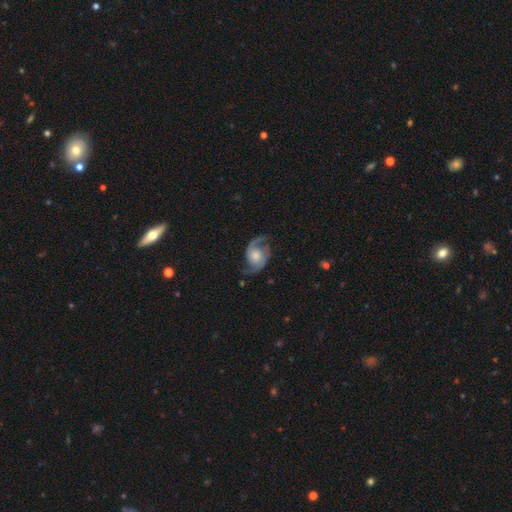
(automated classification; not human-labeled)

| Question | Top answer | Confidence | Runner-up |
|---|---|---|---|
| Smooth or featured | featured or disk | 86% | smooth (9%) |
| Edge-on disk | no | 97% | yes (3%) |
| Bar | no | 69% | weak (25%) |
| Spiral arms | yes | 96% | no (4%) |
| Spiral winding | medium | 47% | loose (37%) |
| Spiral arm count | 2 | 92% | can't tell (2%) |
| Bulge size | moderate | 44% | small (22%) |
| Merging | none | 71% | minor disturbance (18%) |